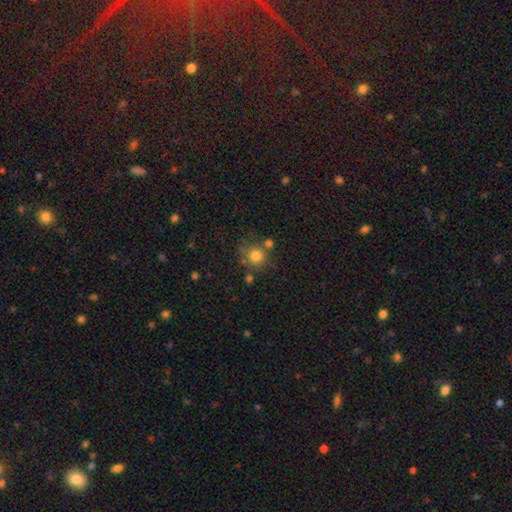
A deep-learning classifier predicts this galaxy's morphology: smooth-or-featured: smooth: 78% | star or artifact: 12% | featured or disk: 10%
  how-rounded: round: 90% | in between: 9% | cigar-shaped: 1%
  merging: none: 65% | merger: 15% | minor disturbance: 14% | major disturbance: 6%